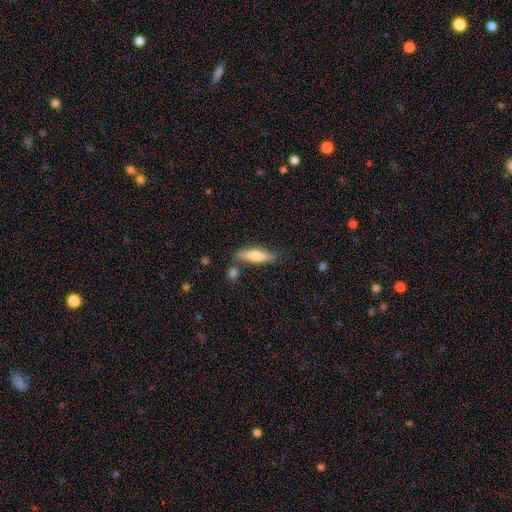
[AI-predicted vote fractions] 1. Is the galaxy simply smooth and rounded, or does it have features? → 56% smooth, 38% featured or disk, 6% star or artifact.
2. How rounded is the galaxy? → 74% cigar-shaped, 24% in between, 2% round.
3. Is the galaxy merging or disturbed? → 76% none, 13% minor disturbance, 7% merger, 3% major disturbance.